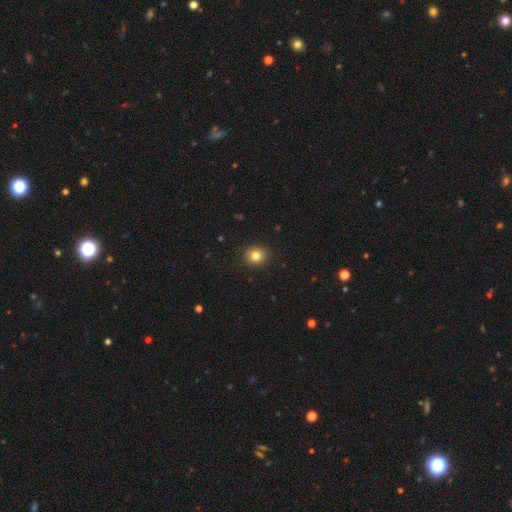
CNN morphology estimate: Smooth or featured?
  - smooth: 82% *
  - star or artifact: 11%
  - featured or disk: 7%
How rounded?
  - round: 83% *
  - in between: 16%
  - cigar-shaped: 1%
Merging?
  - none: 91% *
  - minor disturbance: 6%
  - major disturbance: 2%
  - merger: 1%